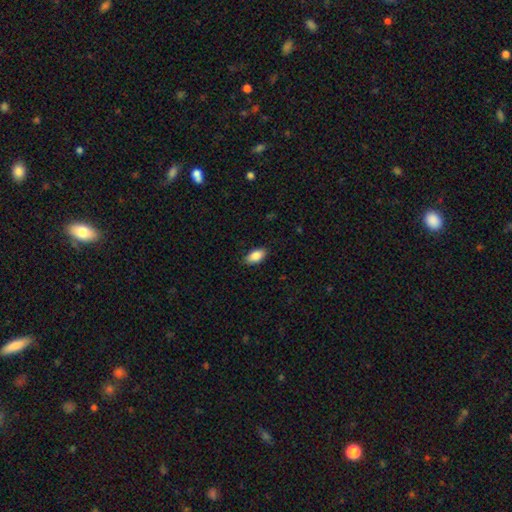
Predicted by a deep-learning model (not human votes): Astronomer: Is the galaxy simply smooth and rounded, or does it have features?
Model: smooth — 87%.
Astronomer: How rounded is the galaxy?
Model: in between — 92%.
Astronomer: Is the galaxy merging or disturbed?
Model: none — 86%.